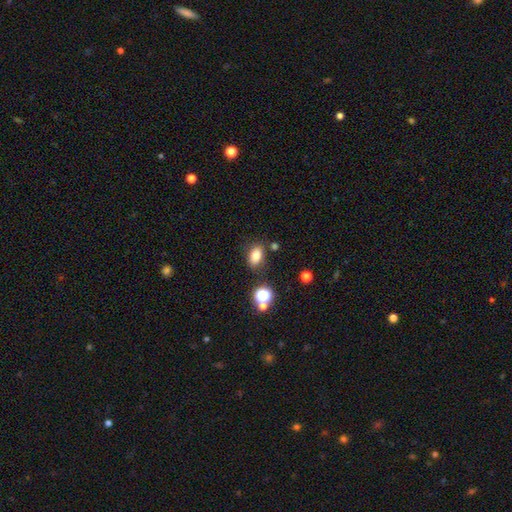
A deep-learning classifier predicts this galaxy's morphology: Overall: smooth (79%). How rounded: in between (83%). Merging: none (78%).